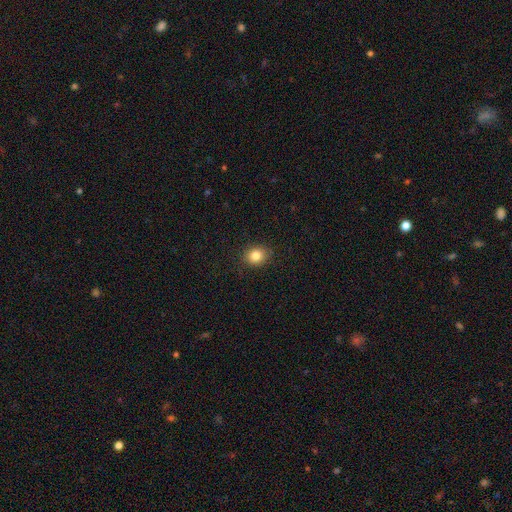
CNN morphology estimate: A smooth galaxy with no disk features (83%) that is round (63%).

Vote fractions:
- Smooth or featured? smooth: 83% / star or artifact: 11% / featured or disk: 6%
- How rounded? round: 63% / in between: 36% / cigar-shaped: 1%
- Merging? none: 89% / minor disturbance: 8% / major disturbance: 2% / merger: 1%